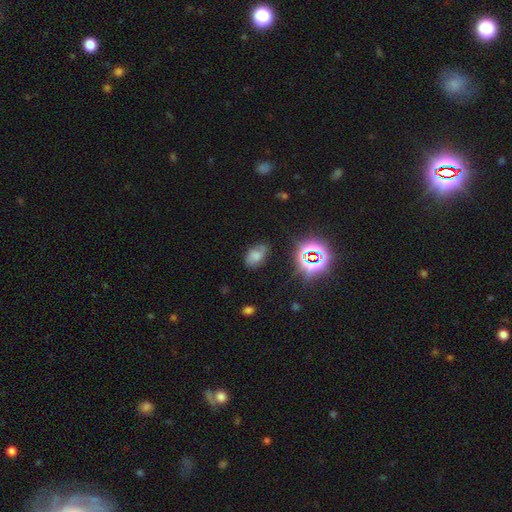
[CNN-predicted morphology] smooth_or_featured: smooth (p=0.51) [alt: featured or disk p=0.26]
how_rounded: in between (p=0.84) [alt: round p=0.14]
merging: none (p=0.61) [alt: minor disturbance p=0.26]